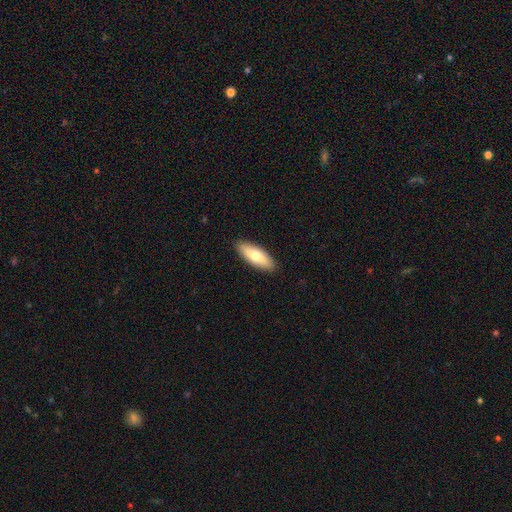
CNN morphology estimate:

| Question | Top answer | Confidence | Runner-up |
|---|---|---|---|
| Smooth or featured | smooth | 73% | featured or disk (22%) |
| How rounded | in between | 71% | cigar-shaped (27%) |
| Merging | none | 90% | minor disturbance (7%) |